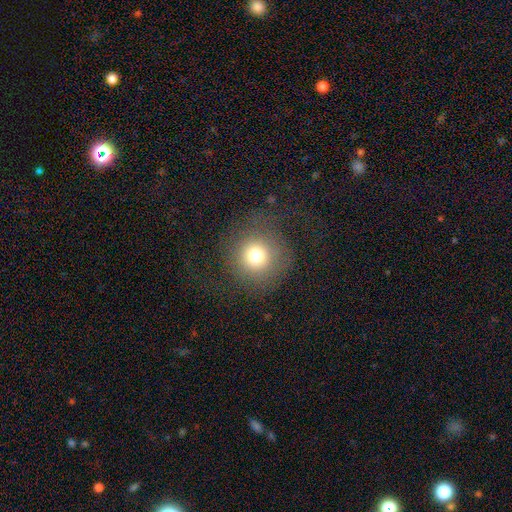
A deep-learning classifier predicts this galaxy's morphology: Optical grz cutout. It shows a smooth galaxy with no disk features (73%) that is round (94%). Merging: none (77%).